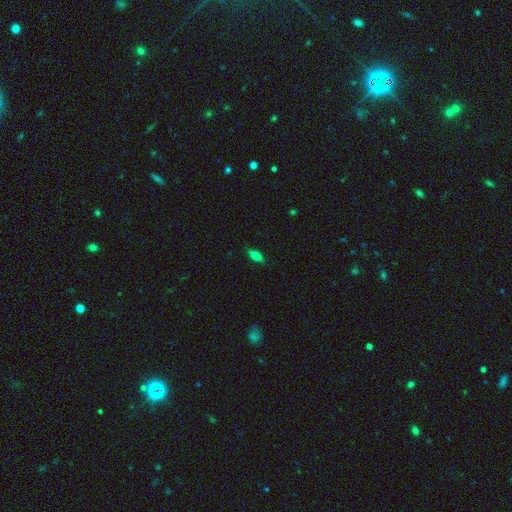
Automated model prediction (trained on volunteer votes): Smooth or featured: smooth — 67% (featured or disk — 23%)
How rounded: in between — 72% (cigar-shaped — 24%)
Merging: none — 85% (minor disturbance — 12%)